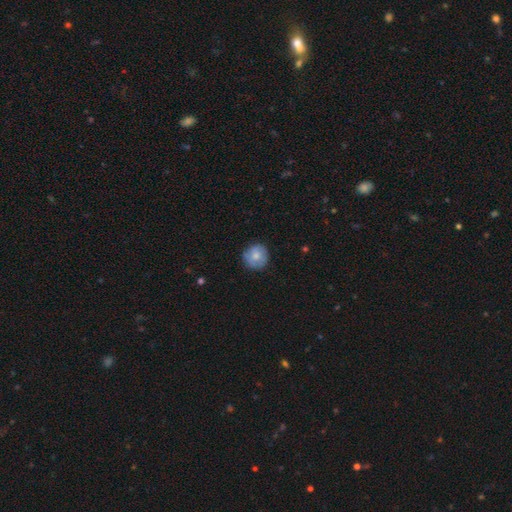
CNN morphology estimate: This is likely a smooth galaxy (71%). How rounded: clearly round (92%). Merging: likely none (80%).